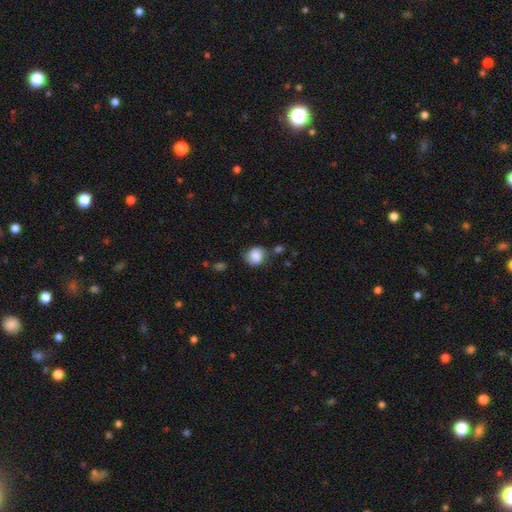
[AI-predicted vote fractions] Smooth or featured: smooth — 69% (featured or disk — 22%)
How rounded: round — 66% (in between — 33%)
Merging: none — 57% (minor disturbance — 27%)